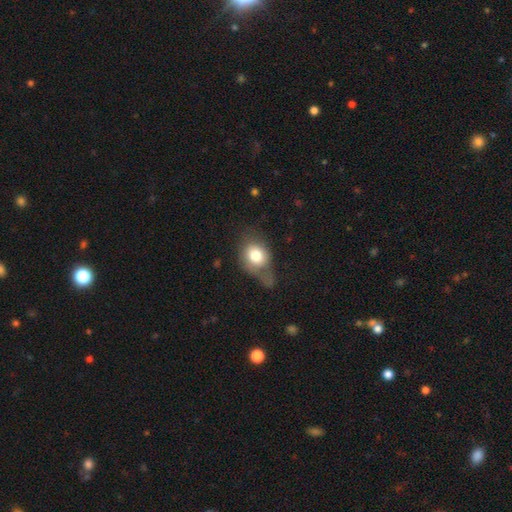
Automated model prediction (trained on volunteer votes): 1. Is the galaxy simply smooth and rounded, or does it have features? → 75% smooth, 16% featured or disk, 9% star or artifact.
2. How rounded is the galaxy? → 51% round, 48% in between, 1% cigar-shaped.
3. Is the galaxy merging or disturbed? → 35% none, 31% minor disturbance, 26% major disturbance, 8% merger.